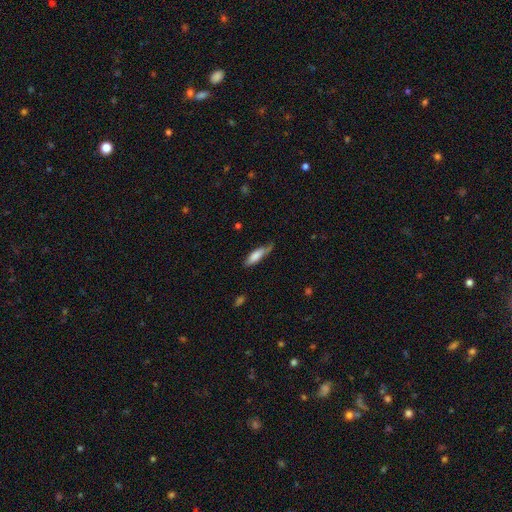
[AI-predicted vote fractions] Smooth or featured?
  - smooth: 76% *
  - featured or disk: 17%
  - star or artifact: 6%
How rounded?
  - cigar-shaped: 54% *
  - in between: 44%
  - round: 2%
Merging?
  - none: 51% *
  - minor disturbance: 37%
  - major disturbance: 10%
  - merger: 3%